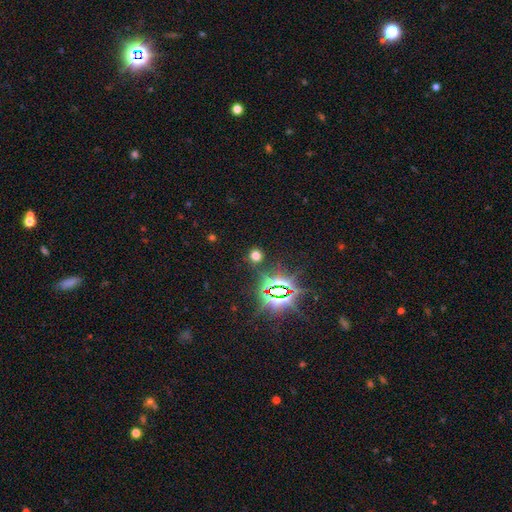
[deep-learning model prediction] Q: Smooth or featured?
A: smooth (52%); runner-up: star or artifact (41%)
Q: How rounded?
A: round (88%); runner-up: in between (10%)
Q: Merging?
A: none (85%); runner-up: minor disturbance (8%)